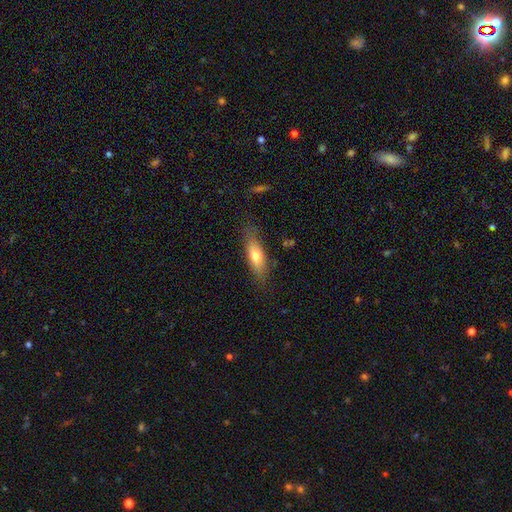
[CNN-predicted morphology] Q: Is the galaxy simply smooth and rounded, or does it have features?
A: smooth — 68%.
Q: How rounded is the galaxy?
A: in between — 52%.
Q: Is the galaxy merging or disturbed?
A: none — 76%.